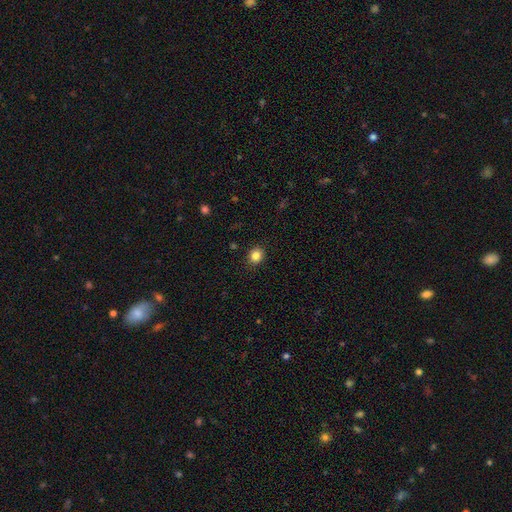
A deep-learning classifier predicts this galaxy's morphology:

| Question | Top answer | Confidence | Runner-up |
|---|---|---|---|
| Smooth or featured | smooth | 84% | star or artifact (11%) |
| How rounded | round | 71% | in between (28%) |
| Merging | none | 90% | minor disturbance (7%) |